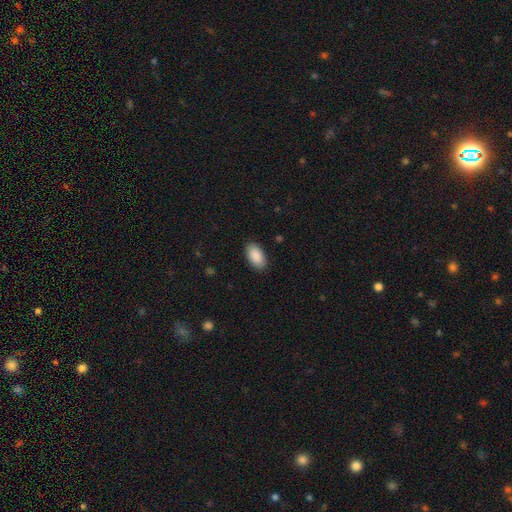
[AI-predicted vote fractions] smooth 90%, star or artifact 6%, featured or disk 4%. Down the decision tree: how rounded — in between (95%); merging — none (88%).